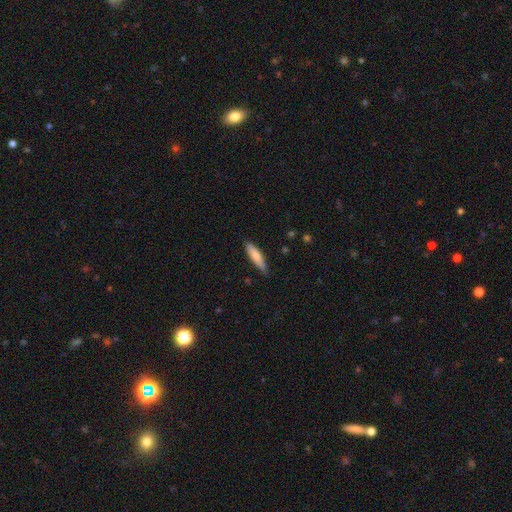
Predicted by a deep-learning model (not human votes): smooth_or_featured: smooth (p=0.75) [alt: featured or disk p=0.19]
how_rounded: cigar-shaped (p=0.75) [alt: in between p=0.24]
merging: none (p=0.80) [alt: minor disturbance p=0.16]